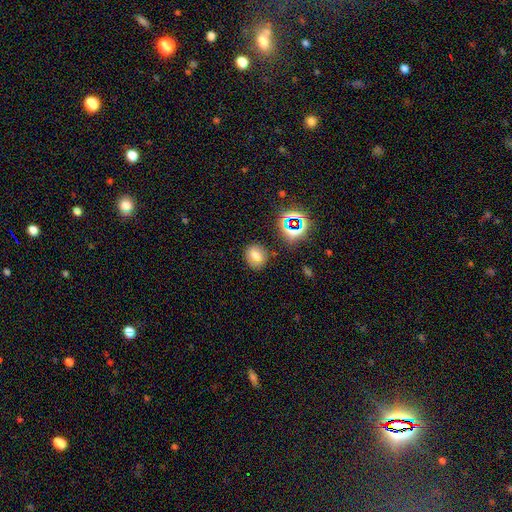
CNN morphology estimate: smooth-or-featured: smooth: 64% | star or artifact: 21% | featured or disk: 14%
  how-rounded: round: 66% | in between: 33% | cigar-shaped: 1%
  merging: none: 78% | minor disturbance: 14% | major disturbance: 4% | merger: 4%